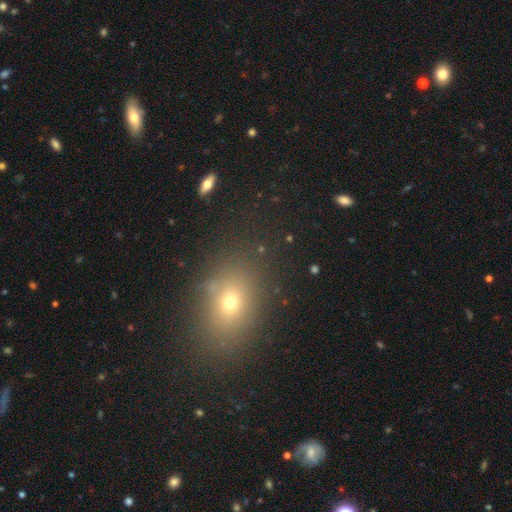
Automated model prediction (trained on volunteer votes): Smooth or featured? Predicted: smooth (p=0.62). How rounded? Predicted: in between (p=0.63). Merging? Predicted: none (p=0.86).